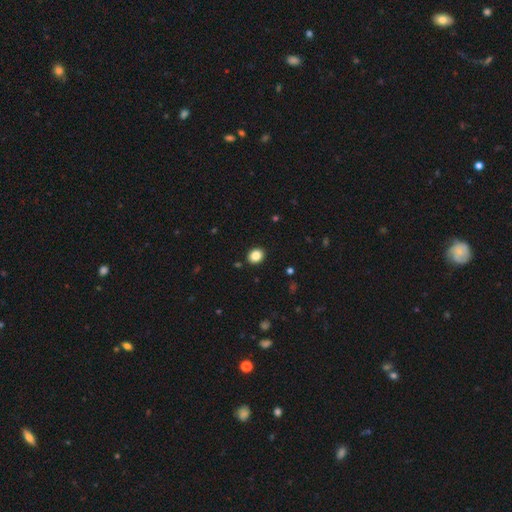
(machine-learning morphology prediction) smooth_or_featured: smooth (p=0.86) [alt: star or artifact p=0.10]
how_rounded: round (p=0.61) [alt: in between p=0.38]
merging: none (p=0.91) [alt: minor disturbance p=0.06]